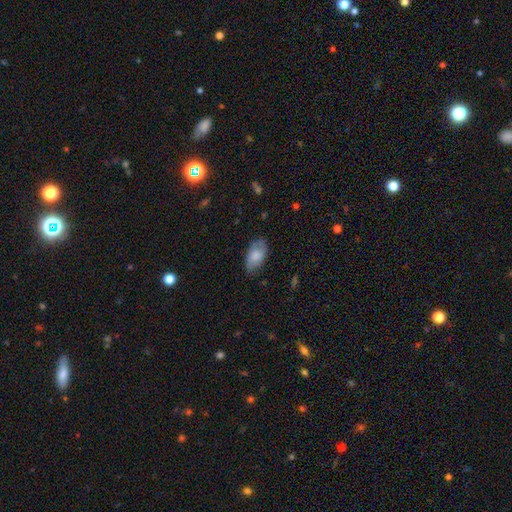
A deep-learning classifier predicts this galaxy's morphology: Smooth or featured? smooth (70%)
How rounded? in between (93%)
Merging? none (70%)